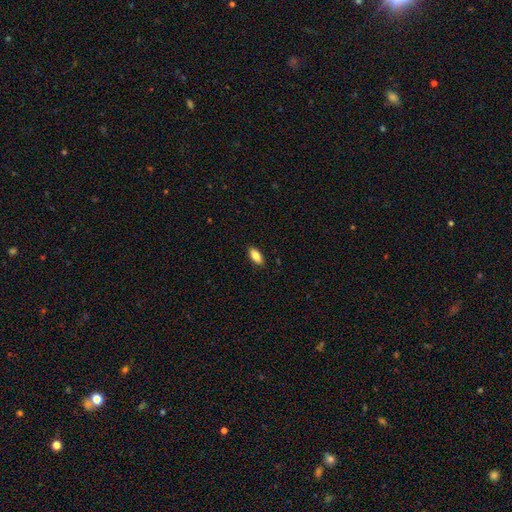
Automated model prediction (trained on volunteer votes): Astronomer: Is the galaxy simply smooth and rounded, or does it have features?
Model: smooth — 83%.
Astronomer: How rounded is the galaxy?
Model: in between — 87%.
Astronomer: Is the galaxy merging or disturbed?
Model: none — 89%.